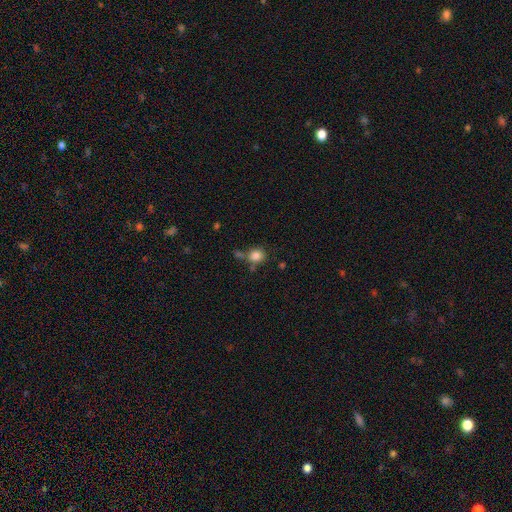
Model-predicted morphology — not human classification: Overall: smooth (84%). How rounded: round (81%). Merging: none (61%).